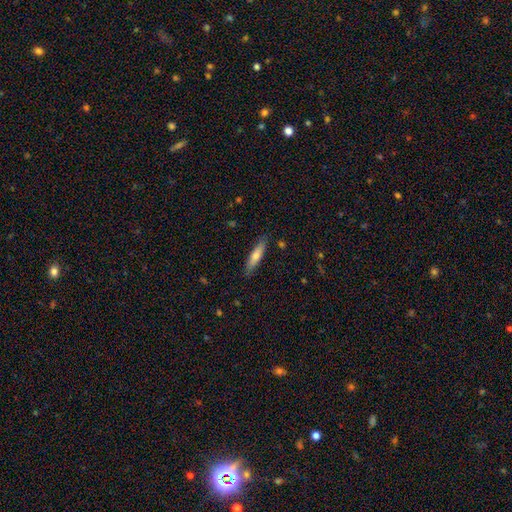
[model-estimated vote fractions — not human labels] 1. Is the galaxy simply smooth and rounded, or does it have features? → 68% smooth, 26% featured or disk, 6% star or artifact.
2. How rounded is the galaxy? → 82% cigar-shaped, 17% in between, 1% round.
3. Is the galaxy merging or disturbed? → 87% none, 10% minor disturbance, 2% major disturbance, 1% merger.